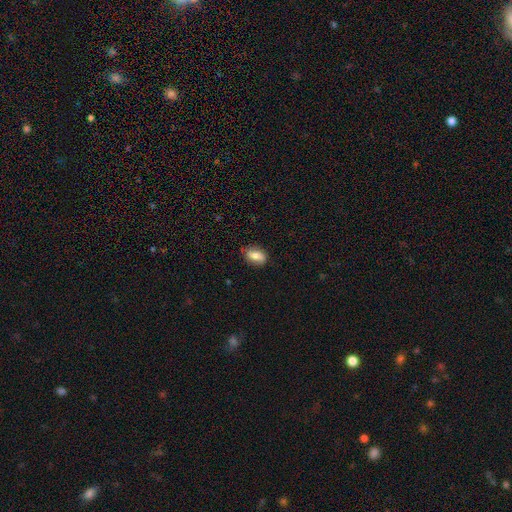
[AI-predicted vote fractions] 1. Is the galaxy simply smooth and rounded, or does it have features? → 73% smooth, 19% featured or disk, 8% star or artifact.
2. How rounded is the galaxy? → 85% in between, 11% round, 4% cigar-shaped.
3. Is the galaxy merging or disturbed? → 81% none, 15% minor disturbance, 3% major disturbance, 1% merger.